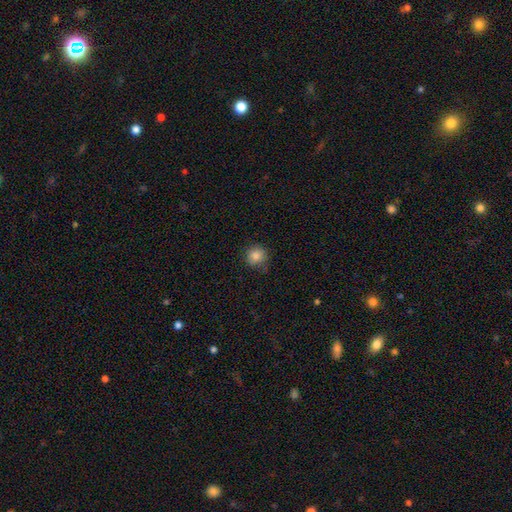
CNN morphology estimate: This appears to be a smooth galaxy with no disk features (84%) that is round (93%). Merging: none (80%).